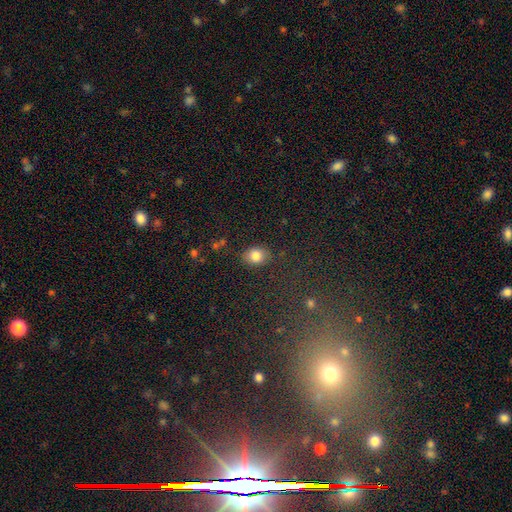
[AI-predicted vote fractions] Smooth or featured: smooth — 83% (star or artifact — 10%)
How rounded: round — 52% (in between — 47%)
Merging: none — 83% (minor disturbance — 11%)